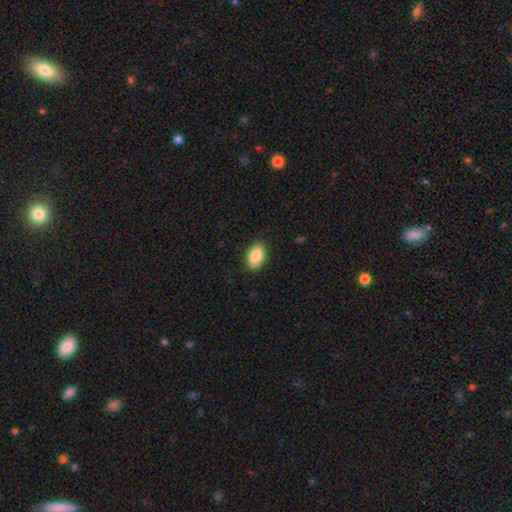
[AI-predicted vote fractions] Smooth or featured: smooth — 87% (featured or disk — 7%)
How rounded: in between — 92% (round — 7%)
Merging: none — 85% (minor disturbance — 11%)